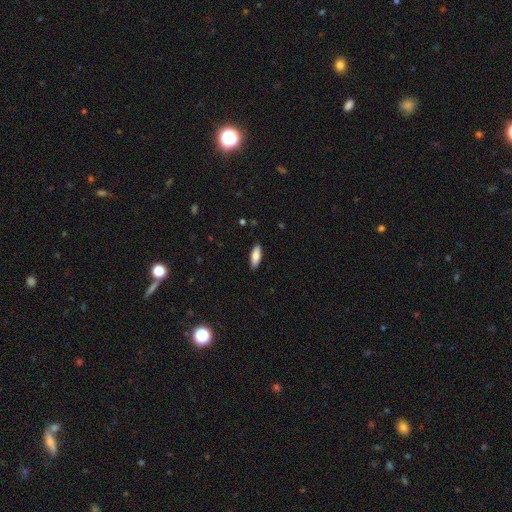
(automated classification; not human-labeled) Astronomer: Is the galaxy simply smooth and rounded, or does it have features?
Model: smooth — 83%.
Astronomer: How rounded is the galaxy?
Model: in between — 68%.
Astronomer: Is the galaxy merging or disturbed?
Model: none — 89%.